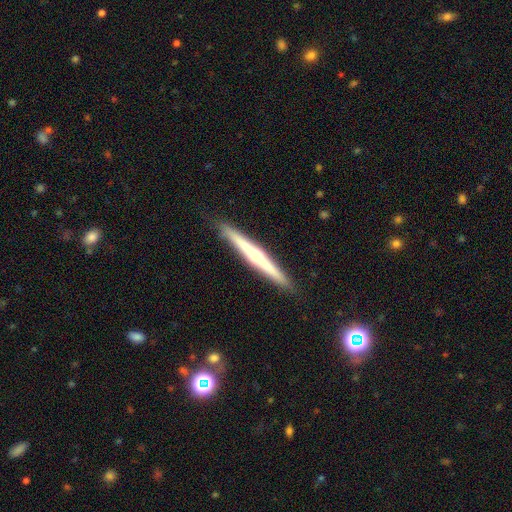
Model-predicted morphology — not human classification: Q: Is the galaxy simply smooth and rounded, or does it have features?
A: featured or disk — 70%.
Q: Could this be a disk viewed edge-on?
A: yes — 98%.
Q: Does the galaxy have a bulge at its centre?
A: rounded — 79%.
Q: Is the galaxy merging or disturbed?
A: none — 91%.